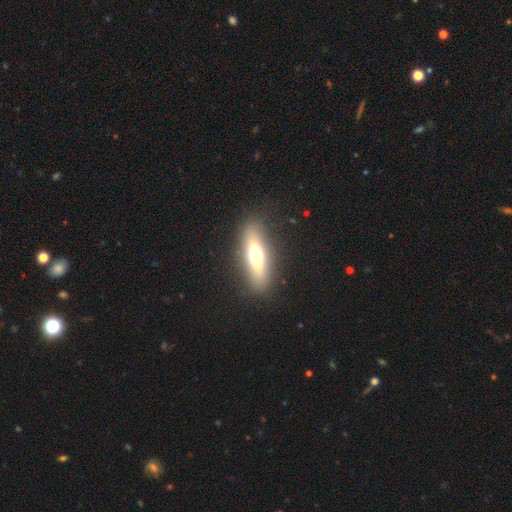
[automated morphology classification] smooth-or-featured: smooth: 48% | featured or disk: 44% | star or artifact: 8%
  merging: none: 86% | minor disturbance: 9% | major disturbance: 3% | merger: 1%